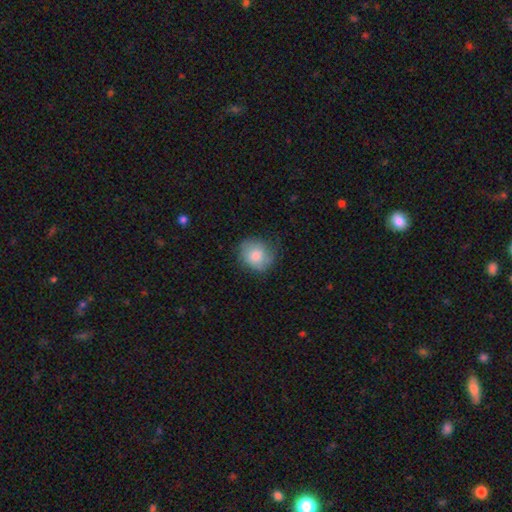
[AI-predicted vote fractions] smooth-or-featured: smooth: 73% | featured or disk: 19% | star or artifact: 8%
  how-rounded: round: 77% | in between: 22% | cigar-shaped: 1%
  merging: none: 65% | minor disturbance: 26% | major disturbance: 8% | merger: 1%